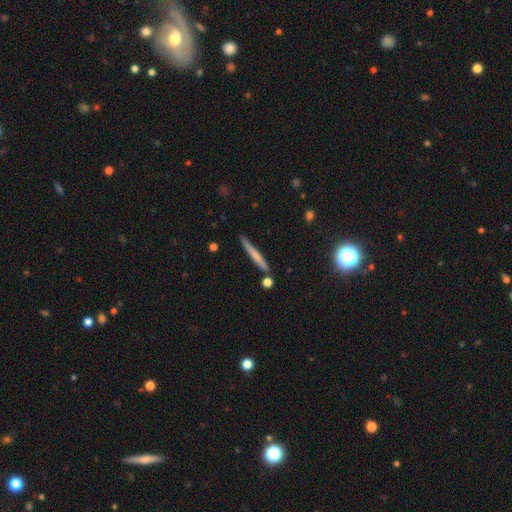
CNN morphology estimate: smooth-or-featured: smooth: 56% | featured or disk: 36% | star or artifact: 8%
  how-rounded: cigar-shaped: 95% | in between: 3% | round: 2%
  merging: none: 83% | minor disturbance: 10% | merger: 4% | major disturbance: 2%